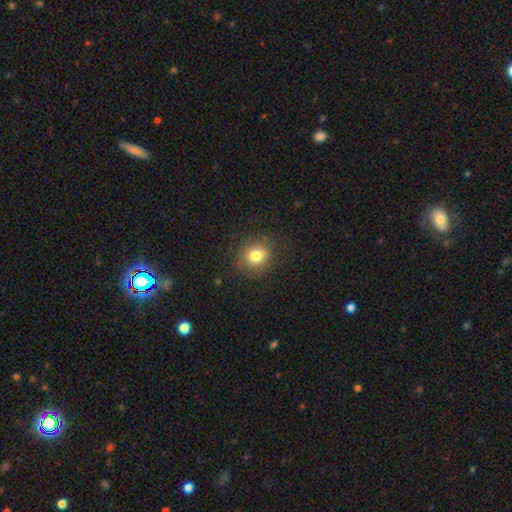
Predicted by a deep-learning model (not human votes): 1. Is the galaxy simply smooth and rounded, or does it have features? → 79% smooth, 13% star or artifact, 9% featured or disk.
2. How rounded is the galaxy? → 83% round, 16% in between, 1% cigar-shaped.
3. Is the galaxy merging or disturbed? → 86% none, 9% minor disturbance, 4% major disturbance, 1% merger.